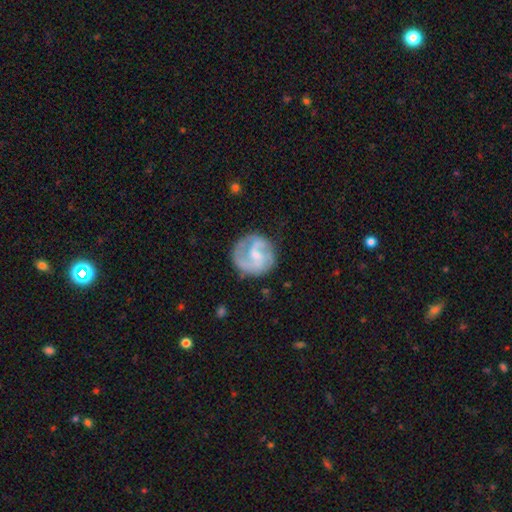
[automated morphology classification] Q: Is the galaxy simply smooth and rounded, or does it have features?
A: featured or disk — 71%.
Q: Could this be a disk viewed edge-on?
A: no — 98%.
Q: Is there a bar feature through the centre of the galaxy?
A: weak — 50%.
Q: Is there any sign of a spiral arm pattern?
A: yes — 88%.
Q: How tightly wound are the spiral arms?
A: medium — 47%.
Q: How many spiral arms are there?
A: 2 — 62%.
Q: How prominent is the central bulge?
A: small — 45%.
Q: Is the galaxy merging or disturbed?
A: none — 70%.